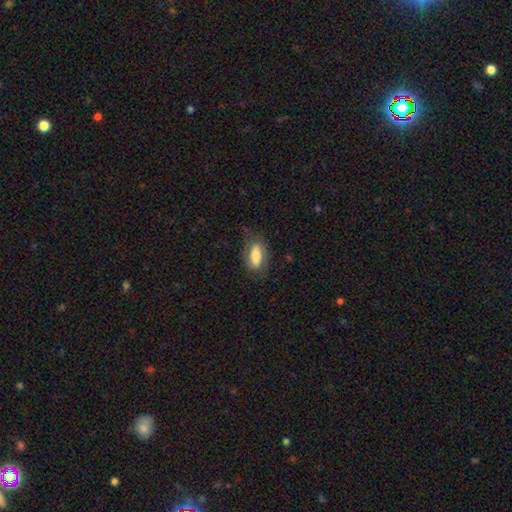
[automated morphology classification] Overall: smooth (70%). How rounded: in between (82%). Merging: none (69%).